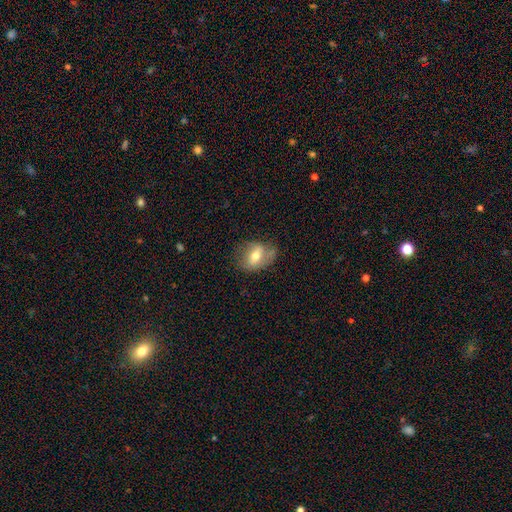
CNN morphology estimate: The model was most divided on "smooth or featured": featured or disk: 47%, smooth: 45%, star or artifact: 8%. More confident: merging — none (60%).